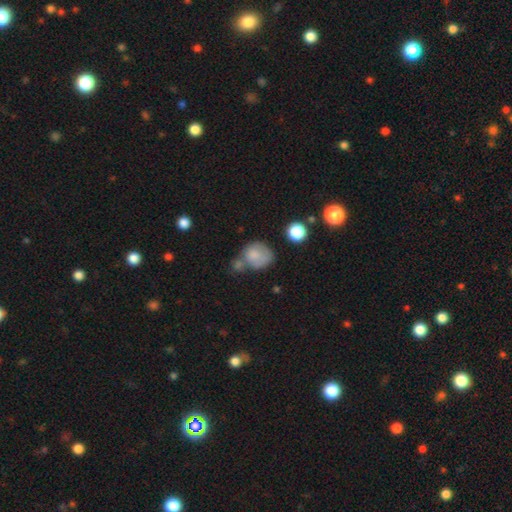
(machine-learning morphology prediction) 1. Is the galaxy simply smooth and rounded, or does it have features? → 74% smooth, 16% featured or disk, 10% star or artifact.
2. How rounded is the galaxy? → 66% round, 32% in between, 1% cigar-shaped.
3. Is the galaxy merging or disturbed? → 32% none, 31% merger, 21% minor disturbance, 15% major disturbance.